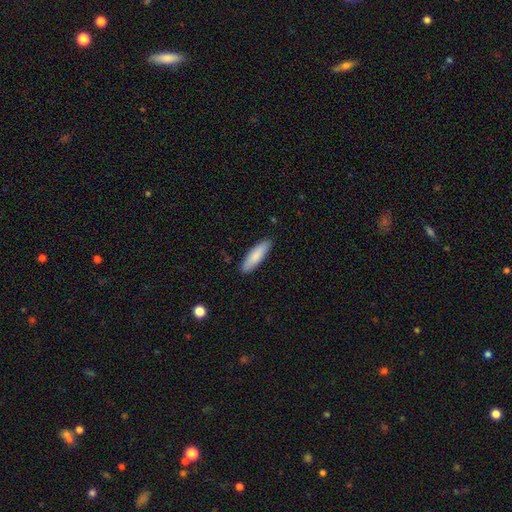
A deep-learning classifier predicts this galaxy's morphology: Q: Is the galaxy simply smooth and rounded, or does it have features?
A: smooth — 84%.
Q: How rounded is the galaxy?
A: cigar-shaped — 60%.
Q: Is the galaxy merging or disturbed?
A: none — 89%.